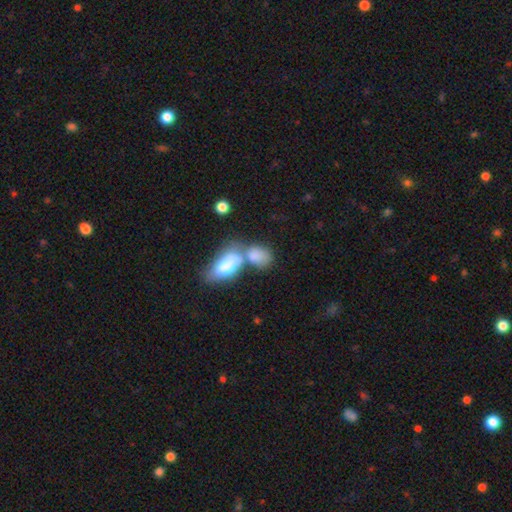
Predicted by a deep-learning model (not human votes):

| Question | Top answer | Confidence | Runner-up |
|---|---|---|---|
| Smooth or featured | smooth | 80% | featured or disk (13%) |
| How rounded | in between | 82% | round (13%) |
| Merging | merger | 61% | none (22%) |